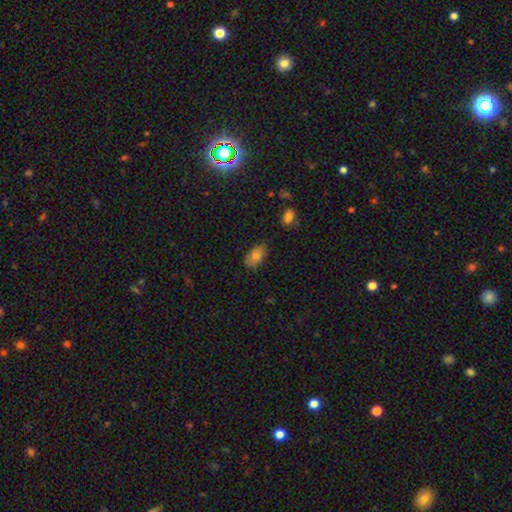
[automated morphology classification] smooth-or-featured: smooth: 78% | featured or disk: 13% | star or artifact: 10%
  how-rounded: in between: 91% | round: 6% | cigar-shaped: 3%
  merging: none: 77% | minor disturbance: 18% | major disturbance: 3% | merger: 2%